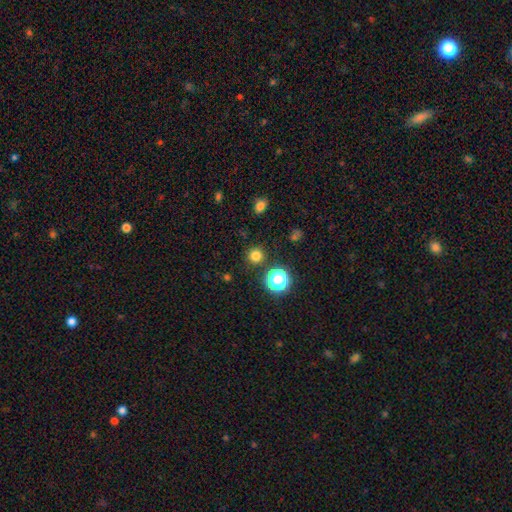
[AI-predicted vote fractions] A smooth galaxy with no disk features (77%) that is round (94%).

Vote fractions:
- Smooth or featured? smooth: 77% / star or artifact: 18% / featured or disk: 4%
- How rounded? round: 94% / in between: 5% / cigar-shaped: 1%
- Merging? none: 89% / minor disturbance: 6% / merger: 3% / major disturbance: 3%